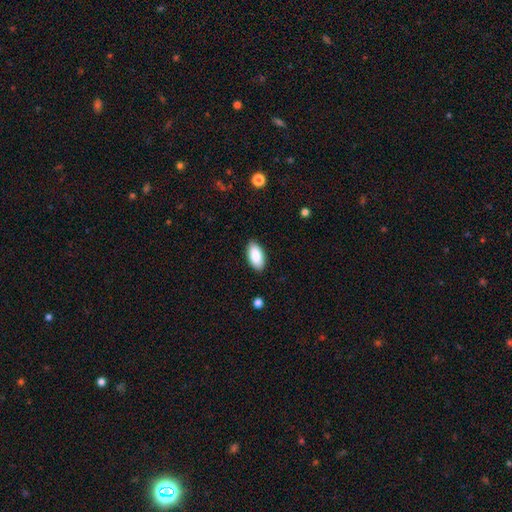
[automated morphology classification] Smooth or featured? smooth (89%)
How rounded? in between (93%)
Merging? none (88%)